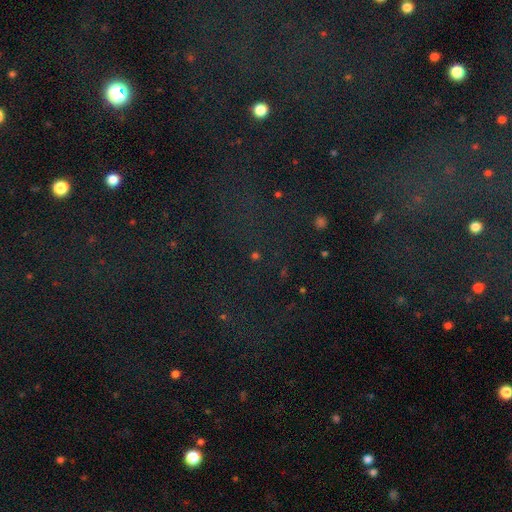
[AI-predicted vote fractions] Q: Smooth or featured?
A: star or artifact (72%); runner-up: smooth (19%)